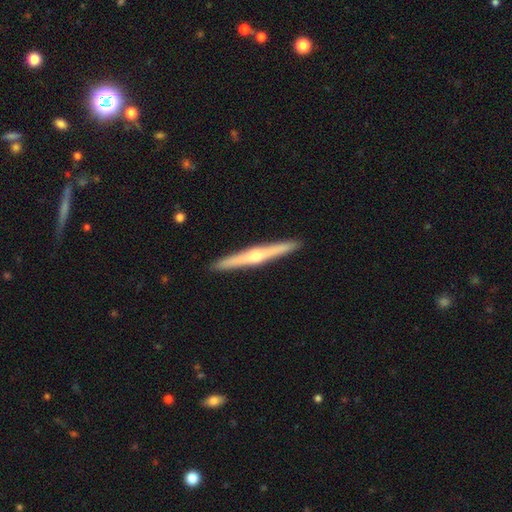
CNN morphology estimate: This appears to be a featured or disk galaxy (67%) viewed edge-on (98%) with a rounded central bulge (87%). Merging: none (92%).